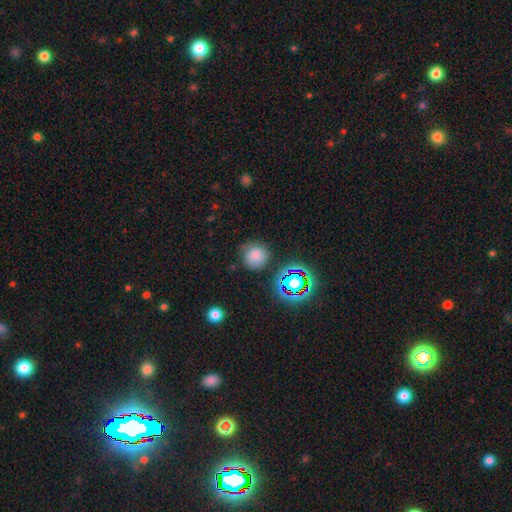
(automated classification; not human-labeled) Smooth or featured: smooth — 71% (star or artifact — 18%)
How rounded: round — 90% (in between — 9%)
Merging: none — 71% (minor disturbance — 19%)